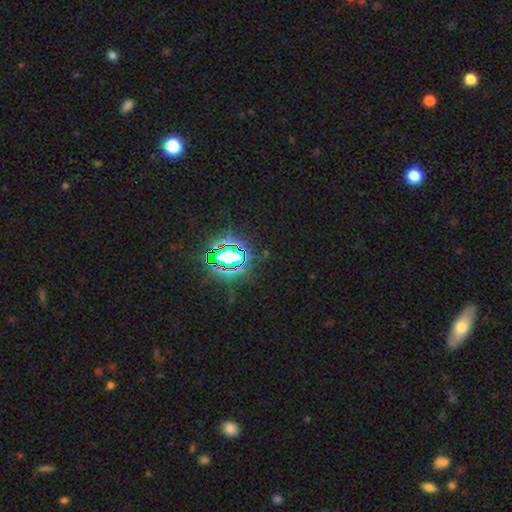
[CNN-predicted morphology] star or artifact 81%, smooth 12%, featured or disk 7%.